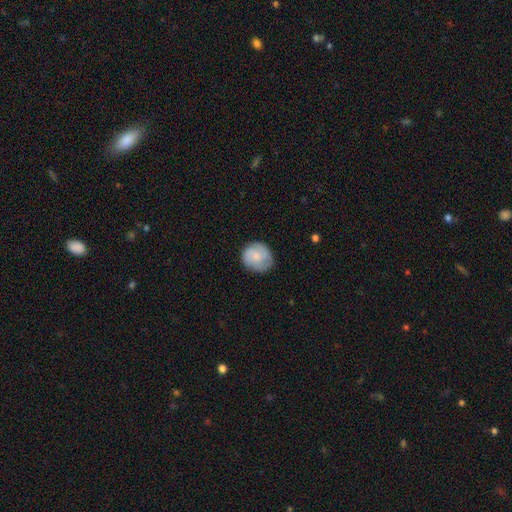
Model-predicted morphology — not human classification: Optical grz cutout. It shows a smooth galaxy with no disk features (65%) that is round (84%). Merging: none (77%).